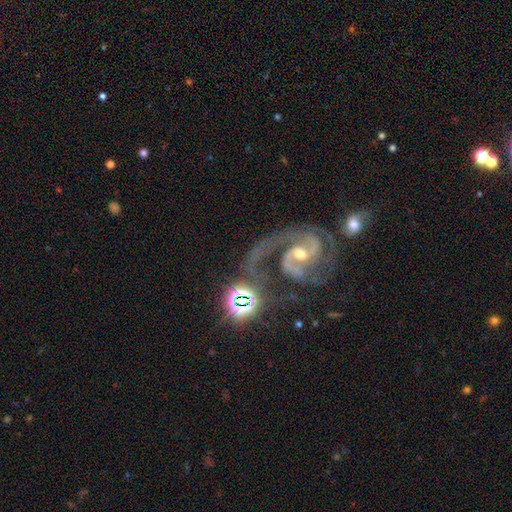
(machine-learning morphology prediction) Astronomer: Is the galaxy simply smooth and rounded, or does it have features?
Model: featured or disk — 86%.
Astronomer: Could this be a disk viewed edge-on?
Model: no — 97%.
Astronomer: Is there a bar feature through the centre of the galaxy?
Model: weak — 41% (runner-up: no, 38%).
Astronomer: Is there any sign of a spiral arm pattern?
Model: yes — 97%.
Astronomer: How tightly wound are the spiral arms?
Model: medium — 53% (runner-up: tight, 29%).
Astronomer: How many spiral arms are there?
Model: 2 — 76%.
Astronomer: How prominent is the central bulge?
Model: small — 50% (runner-up: moderate, 45%).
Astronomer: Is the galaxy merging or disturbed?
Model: none — 43% (runner-up: merger, 21%).